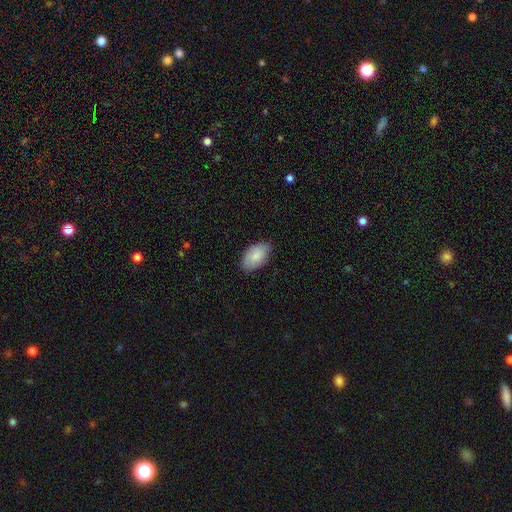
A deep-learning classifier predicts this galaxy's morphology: Q: Smooth or featured?
A: smooth (84%); runner-up: featured or disk (10%)
Q: How rounded?
A: in between (94%); runner-up: round (4%)
Q: Merging?
A: none (77%); runner-up: minor disturbance (19%)